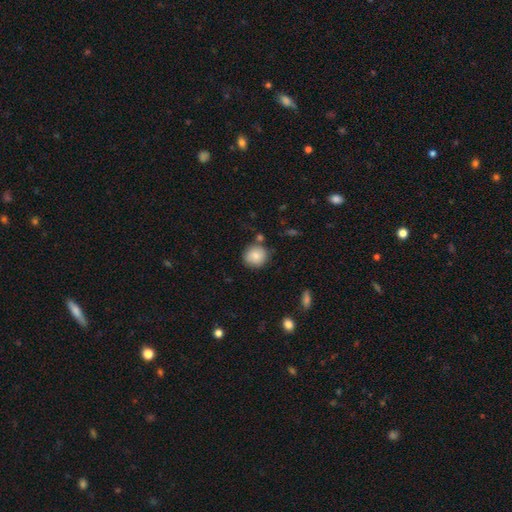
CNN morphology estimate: The model was most divided on "merging": none: 80%, minor disturbance: 12%, merger: 6%, major disturbance: 3%. More confident: how rounded — round (88%); smooth or featured — smooth (85%).